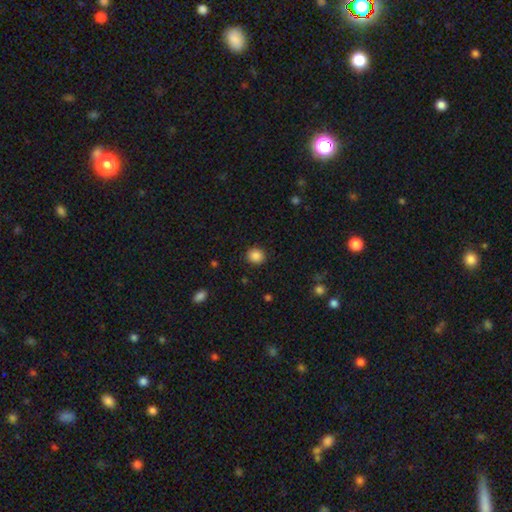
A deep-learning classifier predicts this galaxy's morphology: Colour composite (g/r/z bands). It shows a smooth galaxy with no disk features (87%) that is round (82%). Merging: none (91%).